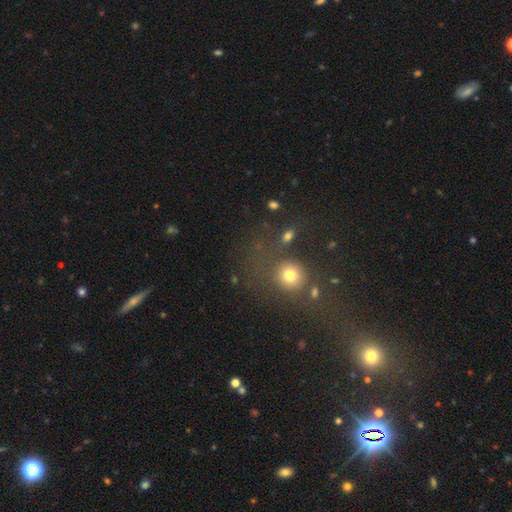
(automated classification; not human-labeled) This appears to be a star or artifact, not a galaxy (46%).